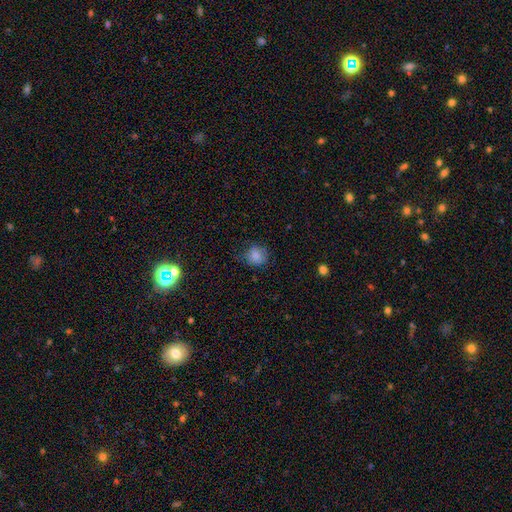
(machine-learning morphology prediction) Smooth or featured? Predicted: smooth (p=0.82). How rounded? Predicted: round (p=0.77). Merging? Predicted: none (p=0.69).